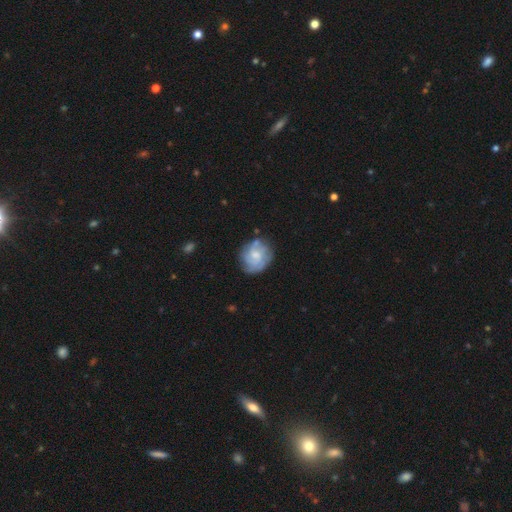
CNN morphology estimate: smooth_or_featured: featured or disk (p=0.58) [alt: smooth p=0.35]
disk_edge_on: no (p=0.98) [alt: yes p=0.02]
bar: no (p=0.63) [alt: weak p=0.32]
has_spiral_arms: yes (p=0.75) [alt: no p=0.25]
bulge_size: moderate (p=0.41) [alt: small p=0.37]
merging: none (p=0.68) [alt: minor disturbance p=0.20]